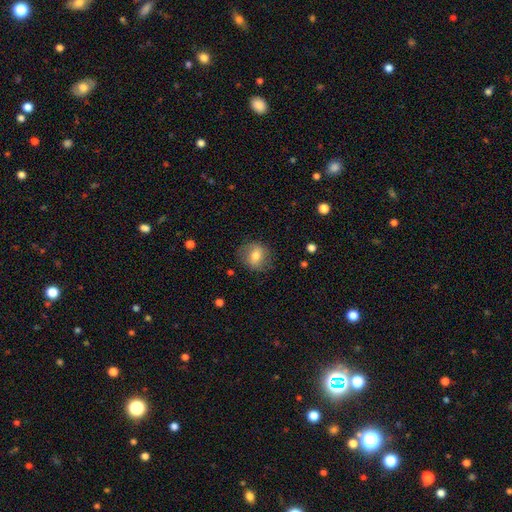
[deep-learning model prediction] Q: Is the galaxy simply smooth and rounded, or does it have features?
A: smooth — 67%.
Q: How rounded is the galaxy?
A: round — 70%.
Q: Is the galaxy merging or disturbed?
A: none — 78%.